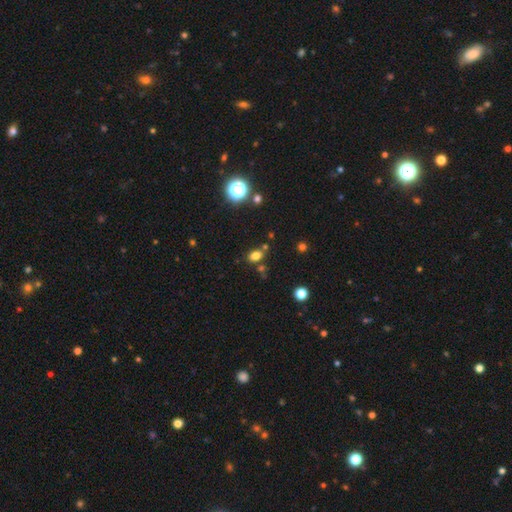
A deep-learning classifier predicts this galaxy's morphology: smooth_or_featured: smooth (p=0.76) [alt: star or artifact p=0.16]
how_rounded: in between (p=0.73) [alt: round p=0.26]
merging: none (p=0.73) [alt: minor disturbance p=0.12]